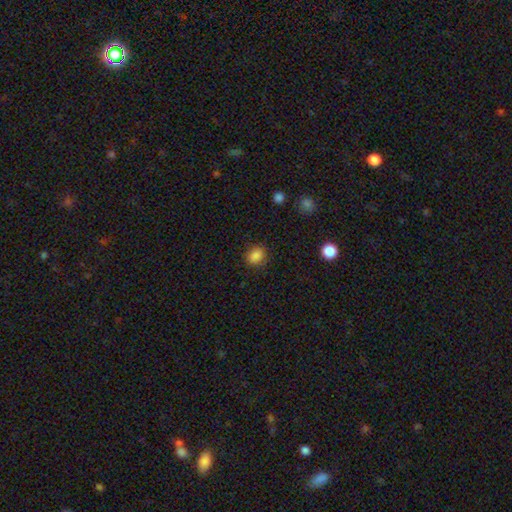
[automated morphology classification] A smooth galaxy with no disk features (85%) that is round (55%).

Vote fractions:
- Smooth or featured? smooth: 85% / star or artifact: 11% / featured or disk: 4%
- How rounded? round: 55% / in between: 44% / cigar-shaped: 1%
- Merging? none: 86% / minor disturbance: 10% / major disturbance: 3% / merger: 1%